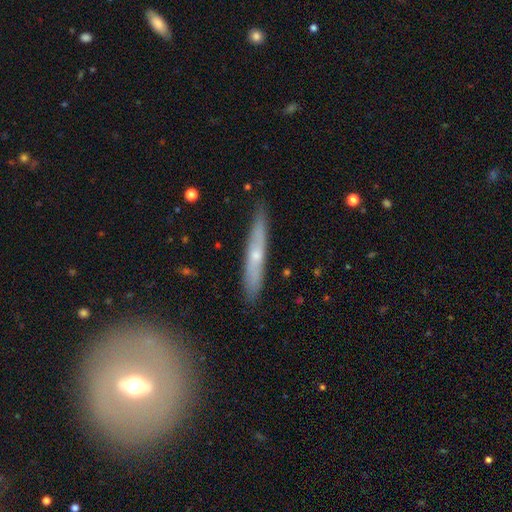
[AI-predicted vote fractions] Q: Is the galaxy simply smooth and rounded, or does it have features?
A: featured or disk — 53%.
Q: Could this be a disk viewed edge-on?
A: yes — 85%.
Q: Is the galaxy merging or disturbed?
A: none — 87%.